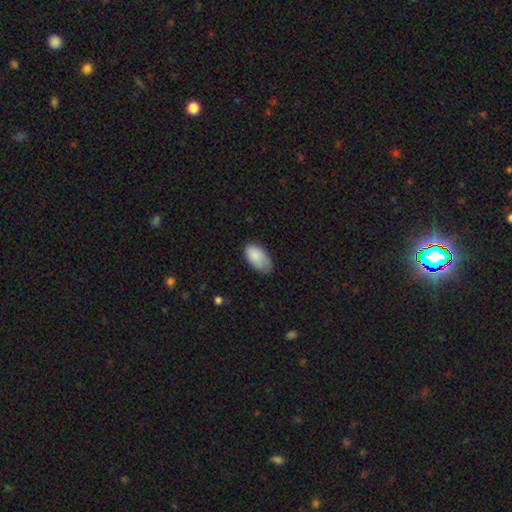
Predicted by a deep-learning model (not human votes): A smooth galaxy with no disk features (87%) that is in between round and cigar-shaped (95%). Merging: none (60%).